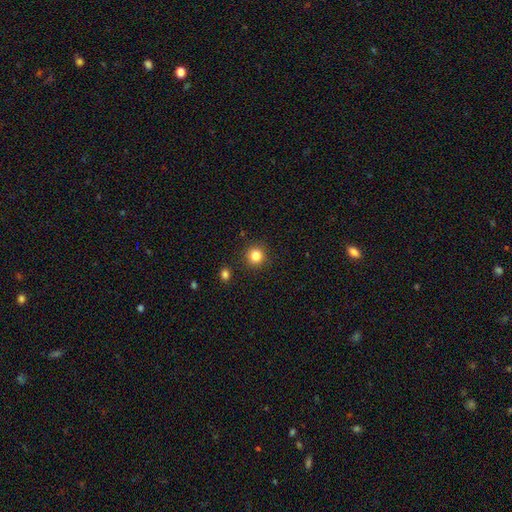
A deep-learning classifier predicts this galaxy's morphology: This is clearly a smooth galaxy (82%). How rounded: clearly round (92%). Merging: clearly none (89%).